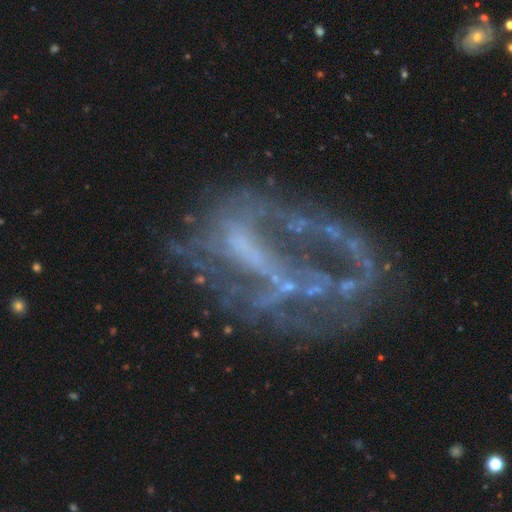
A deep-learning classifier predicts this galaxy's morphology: Smooth or featured: featured or disk — 72% (star or artifact — 17%)
Edge-on disk: no — 96% (yes — 4%)
Bar: no — 49% (weak — 30%)
Spiral arms: no — 54% (yes — 46%)
Bulge size: none — 64% (small — 22%)
Merging: major disturbance — 44% (none — 35%)